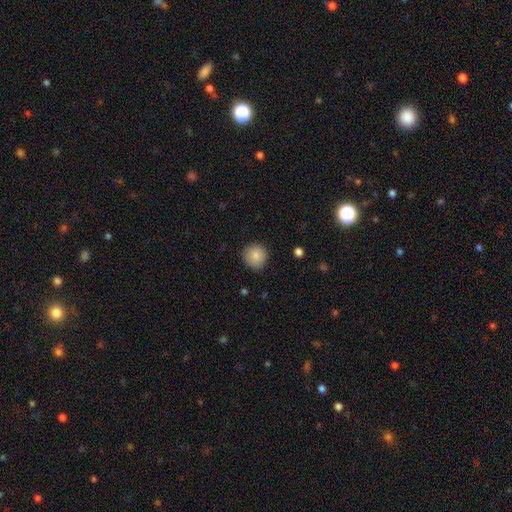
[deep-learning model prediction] Smooth or featured? Predicted: smooth (p=0.86). How rounded? Predicted: round (p=0.93). Merging? Predicted: none (p=0.85).